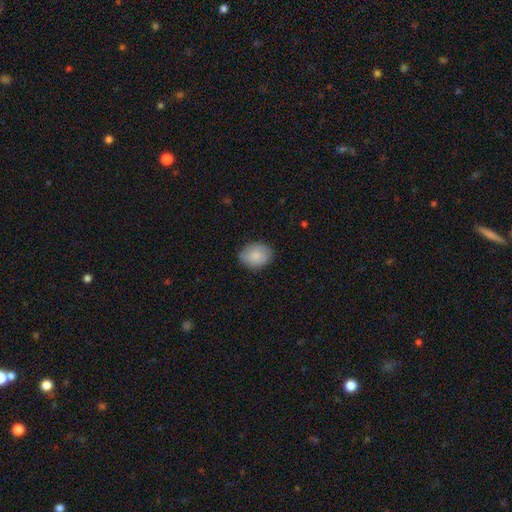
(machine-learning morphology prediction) Smooth or featured? smooth (85%)
How rounded? in between (57%)
Merging? none (81%)